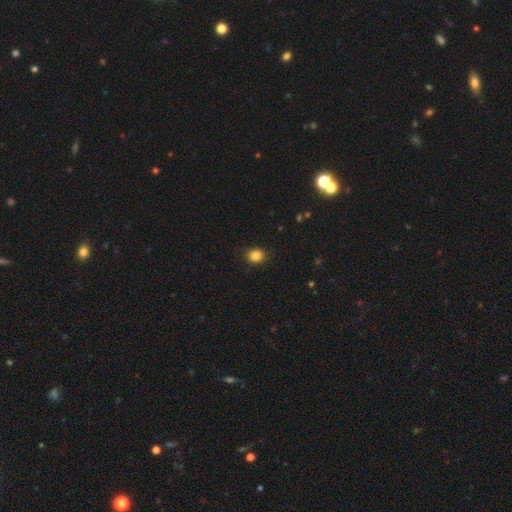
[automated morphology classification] smooth 84%, star or artifact 11%, featured or disk 5%. Down the decision tree: how rounded — round (70%); merging — none (90%).